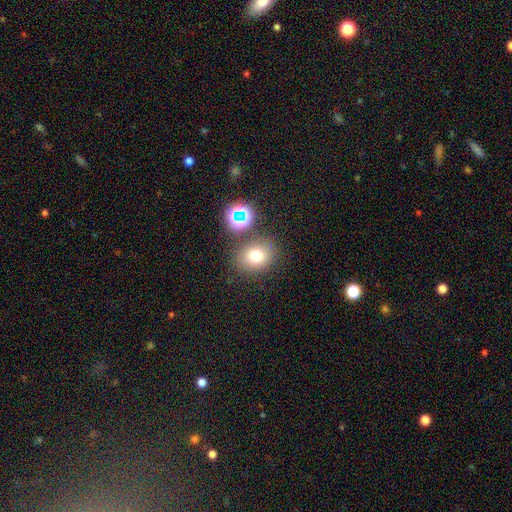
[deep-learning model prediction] Overall: smooth (73%). How rounded: round (57%; in between 42%). Merging: none (75%).